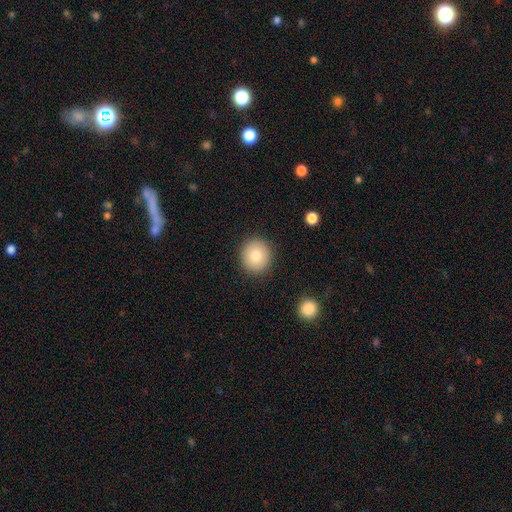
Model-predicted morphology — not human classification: smooth 80%, featured or disk 11%, star or artifact 9%. Down the decision tree: how rounded — round (88%); merging — none (90%).